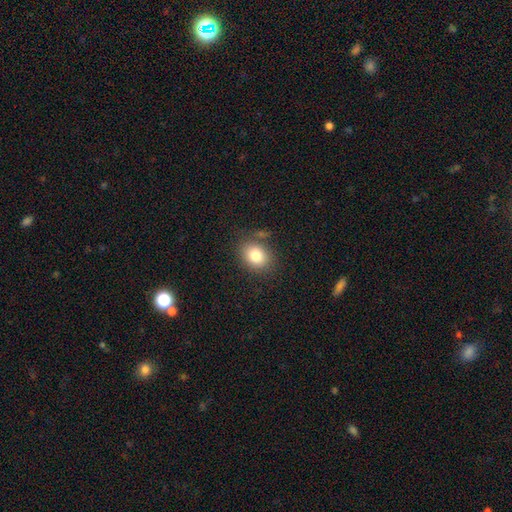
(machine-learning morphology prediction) smooth 81%, star or artifact 10%, featured or disk 9%. Down the decision tree: how rounded — in between (50%); merging — none (77%).